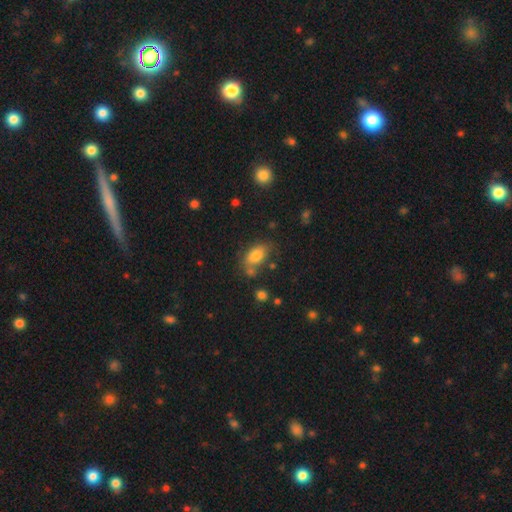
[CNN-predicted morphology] Smooth or featured? Predicted: smooth (p=0.79). How rounded? Predicted: in between (p=0.87). Merging? Predicted: none (p=0.60).